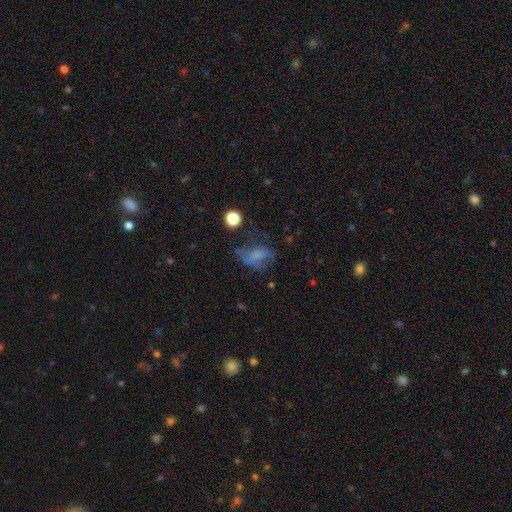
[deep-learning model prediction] smooth 54%, featured or disk 29%, star or artifact 17%. Down the decision tree: how rounded — in between (76%); merging — none (36%).